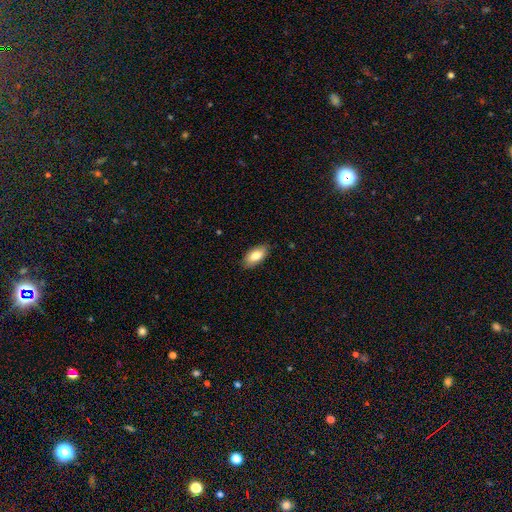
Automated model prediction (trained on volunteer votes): smooth 82%, featured or disk 12%, star or artifact 7%. Down the decision tree: how rounded — in between (91%); merging — none (85%).